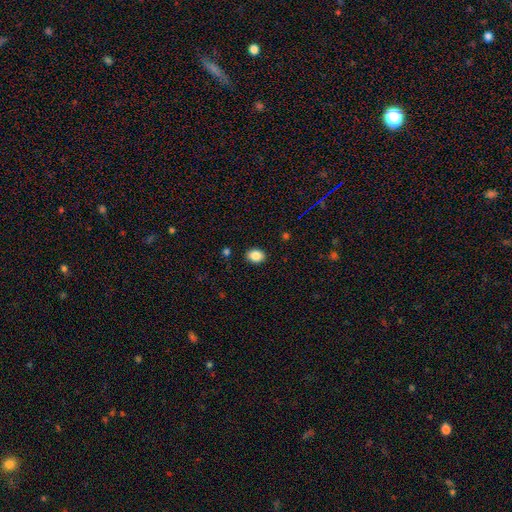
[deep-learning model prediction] This is clearly a smooth galaxy (86%). How rounded: likely in between (63%). Merging: clearly none (88%).